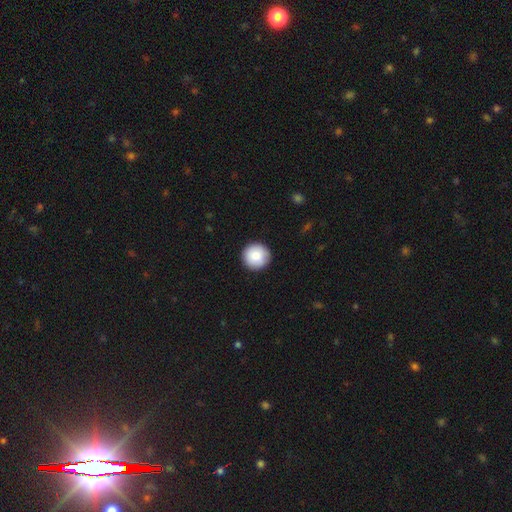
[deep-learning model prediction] smooth-or-featured: smooth: 84% | featured or disk: 9% | star or artifact: 7%
  how-rounded: round: 96% | in between: 3% | cigar-shaped: 1%
  merging: none: 92% | minor disturbance: 5% | major disturbance: 1% | merger: 1%